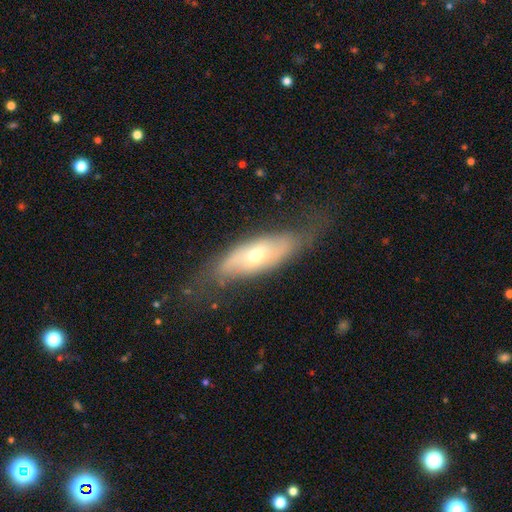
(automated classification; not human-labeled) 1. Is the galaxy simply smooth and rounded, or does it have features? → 58% featured or disk, 35% smooth, 8% star or artifact.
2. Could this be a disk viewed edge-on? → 73% no, 27% yes.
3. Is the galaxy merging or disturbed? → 63% none, 23% minor disturbance, 13% major disturbance, 2% merger.